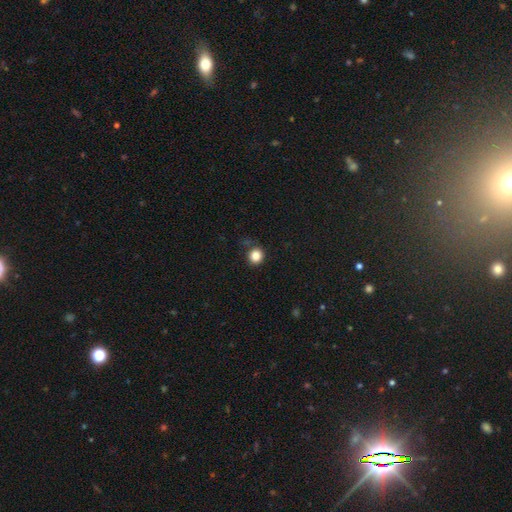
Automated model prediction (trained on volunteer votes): smooth_or_featured: smooth (p=0.84) [alt: star or artifact p=0.12]
how_rounded: round (p=0.93) [alt: in between p=0.06]
merging: none (p=0.83) [alt: minor disturbance p=0.11]